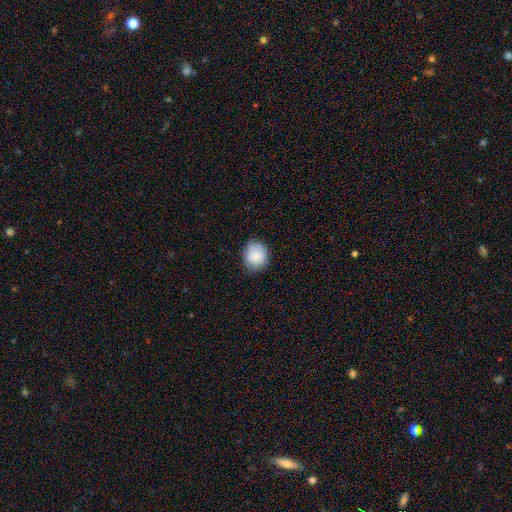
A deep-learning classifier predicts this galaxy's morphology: A smooth galaxy with no disk features (83%) that is round (68%). Merging: none (76%).